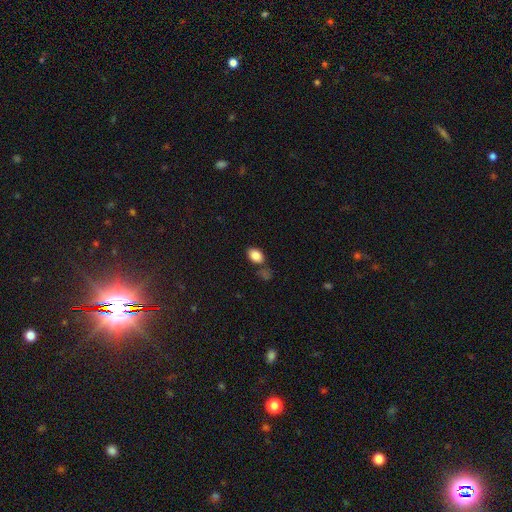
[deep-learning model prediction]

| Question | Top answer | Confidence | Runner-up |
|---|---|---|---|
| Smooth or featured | smooth | 85% | star or artifact (9%) |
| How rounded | in between | 85% | round (14%) |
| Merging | none | 67% | minor disturbance (15%) |